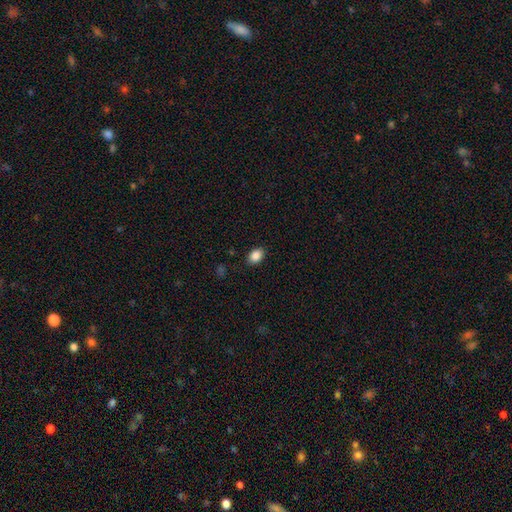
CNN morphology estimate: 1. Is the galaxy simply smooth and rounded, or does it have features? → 87% smooth, 9% star or artifact, 5% featured or disk.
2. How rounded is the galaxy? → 82% in between, 17% round, 1% cigar-shaped.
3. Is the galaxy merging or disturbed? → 87% none, 9% minor disturbance, 2% major disturbance, 1% merger.